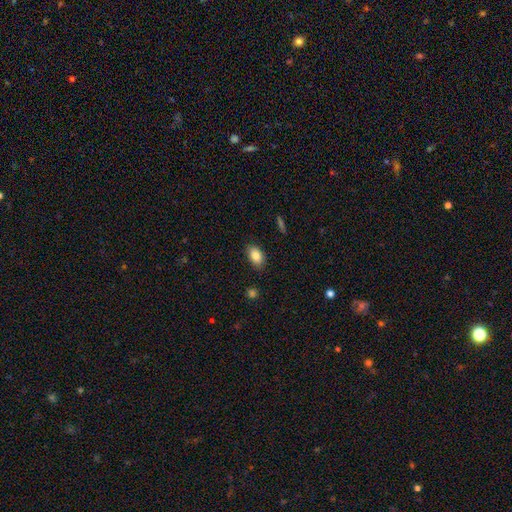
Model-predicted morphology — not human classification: This appears to be a smooth galaxy with no disk features (83%) that is in between round and cigar-shaped (90%). Merging: none (85%).